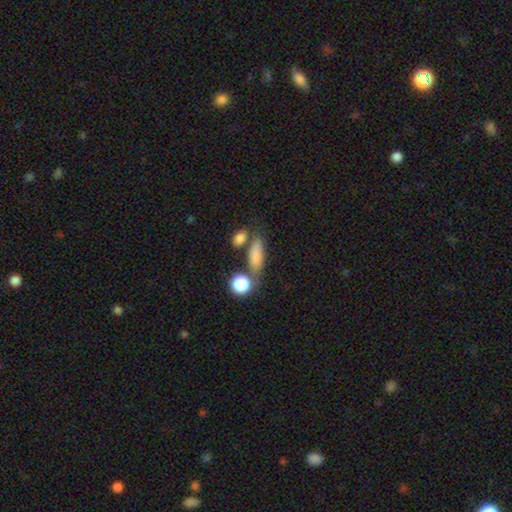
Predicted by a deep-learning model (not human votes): smooth_or_featured: smooth (p=0.81) [alt: star or artifact p=0.10]
how_rounded: in between (p=0.61) [alt: cigar-shaped p=0.29]
merging: none (p=0.62) [alt: merger p=0.17]